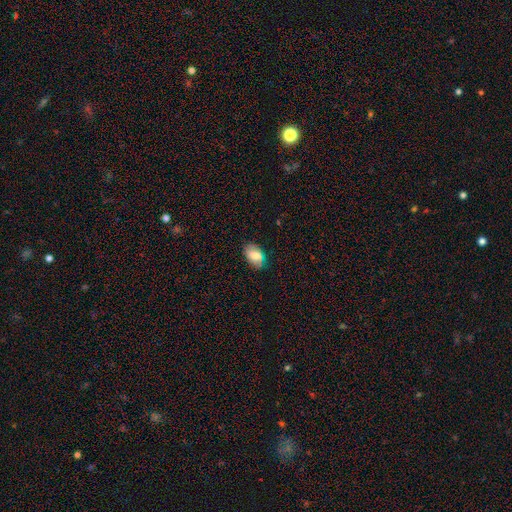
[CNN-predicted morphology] This is likely a smooth galaxy (76%). How rounded: clearly in between (90%). Merging: likely none (77%).